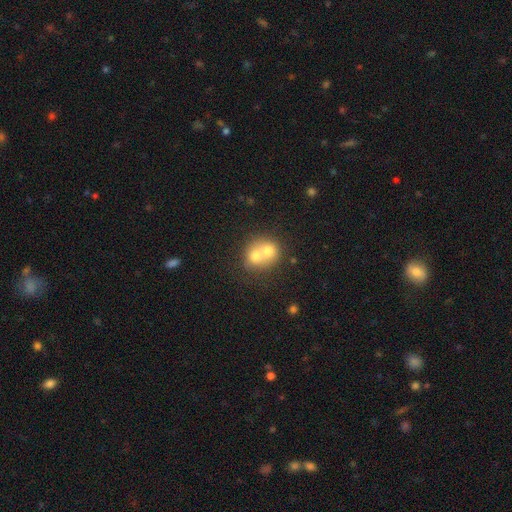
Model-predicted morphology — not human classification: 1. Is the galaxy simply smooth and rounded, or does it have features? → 66% smooth, 25% featured or disk, 9% star or artifact.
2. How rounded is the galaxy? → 72% round, 27% in between, 1% cigar-shaped.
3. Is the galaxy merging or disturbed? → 72% merger, 21% none, 5% minor disturbance, 2% major disturbance.